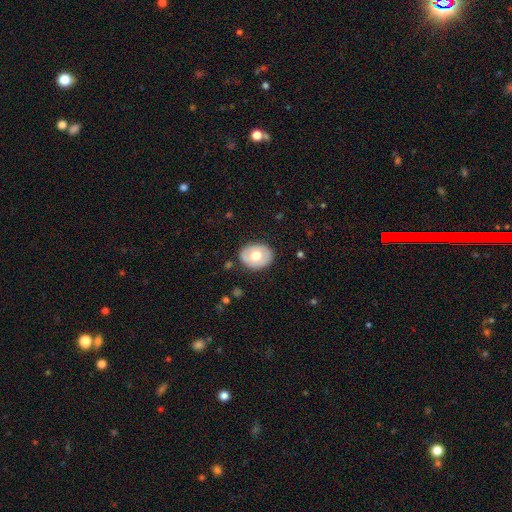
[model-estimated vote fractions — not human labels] smooth 58%, featured or disk 36%, star or artifact 6%. Down the decision tree: how rounded — in between (61%); merging — none (84%).